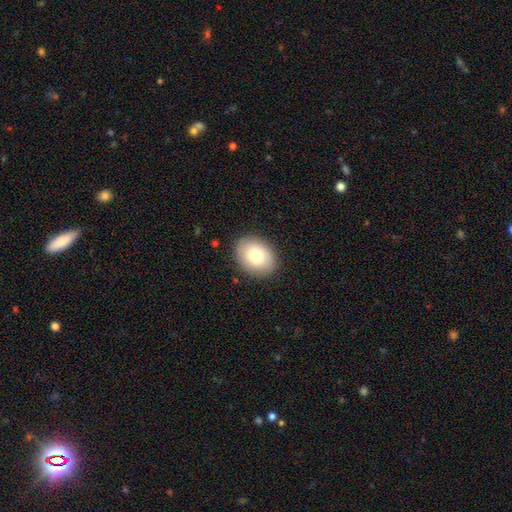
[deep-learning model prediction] A smooth galaxy with no disk features (81%) that is in between round and cigar-shaped (65%).

Vote fractions:
- Smooth or featured? smooth: 81% / featured or disk: 12% / star or artifact: 7%
- How rounded? in between: 65% / round: 35% / cigar-shaped: 1%
- Merging? none: 87% / minor disturbance: 9% / major disturbance: 3% / merger: 1%